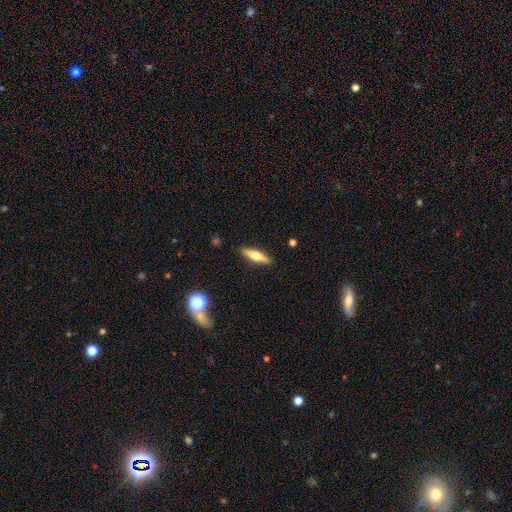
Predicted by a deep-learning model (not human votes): smooth-or-featured: smooth: 49% | featured or disk: 44% | star or artifact: 7%
  merging: none: 89% | minor disturbance: 8% | major disturbance: 2% | merger: 1%